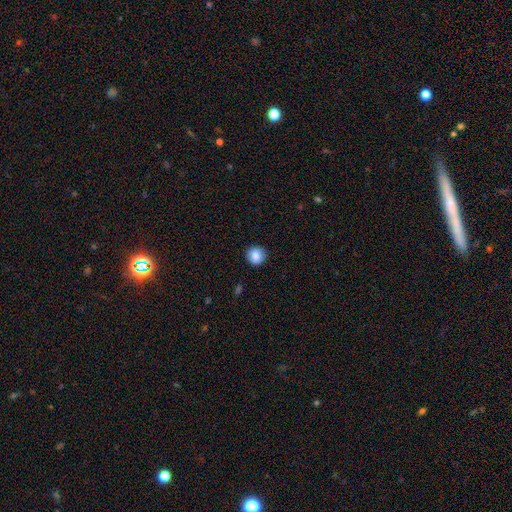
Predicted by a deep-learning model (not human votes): Smooth or featured? Predicted: smooth (p=0.85). How rounded? Predicted: round (p=0.89). Merging? Predicted: none (p=0.89).